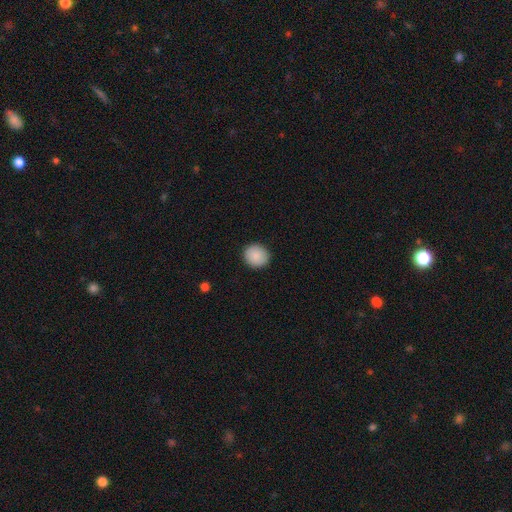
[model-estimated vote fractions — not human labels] Q: Smooth or featured?
A: smooth (89%); runner-up: star or artifact (8%)
Q: How rounded?
A: round (89%); runner-up: in between (10%)
Q: Merging?
A: none (92%); runner-up: minor disturbance (6%)